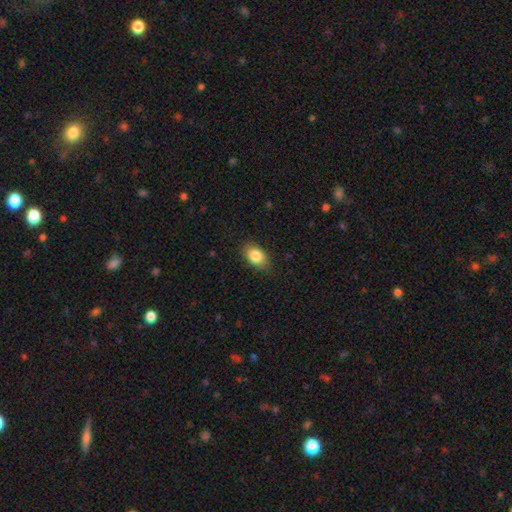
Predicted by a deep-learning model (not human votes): Morphology: type=smooth (85%); roundness=in between (84%); merging=none (83%).